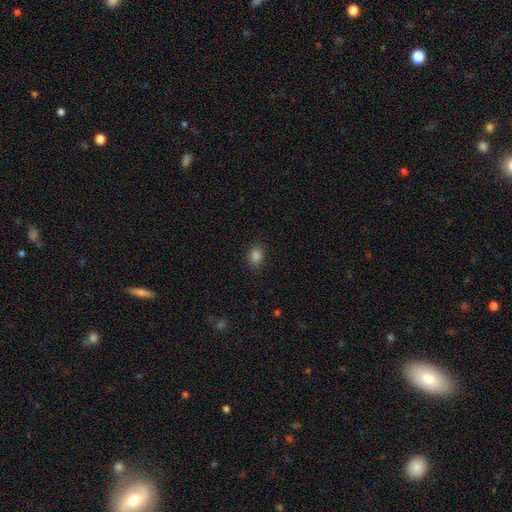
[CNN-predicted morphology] Overall: smooth (84%). How rounded: in between (65%; round 34%). Merging: none (88%).